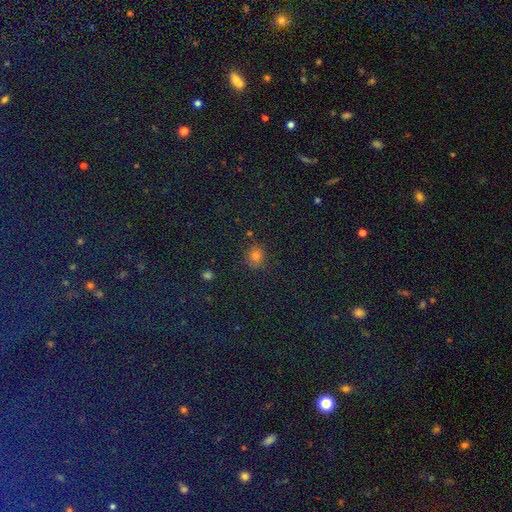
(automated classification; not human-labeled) Smooth or featured? Predicted: smooth (p=0.76). How rounded? Predicted: round (p=0.80). Merging? Predicted: none (p=0.83).